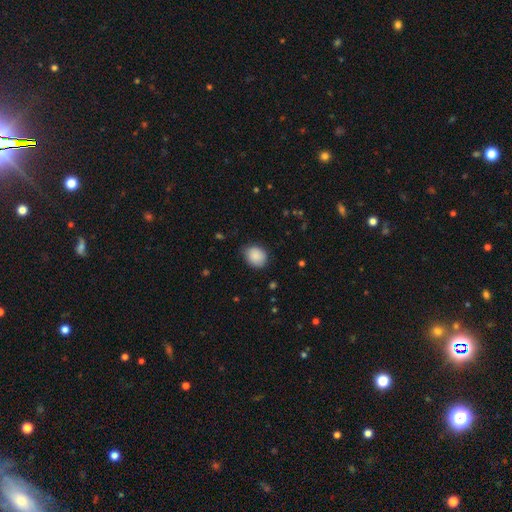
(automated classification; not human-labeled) Smooth or featured?
  - smooth: 88% *
  - star or artifact: 7%
  - featured or disk: 4%
How rounded?
  - round: 57% *
  - in between: 42%
  - cigar-shaped: 1%
Merging?
  - none: 78% *
  - minor disturbance: 18%
  - major disturbance: 3%
  - merger: 1%